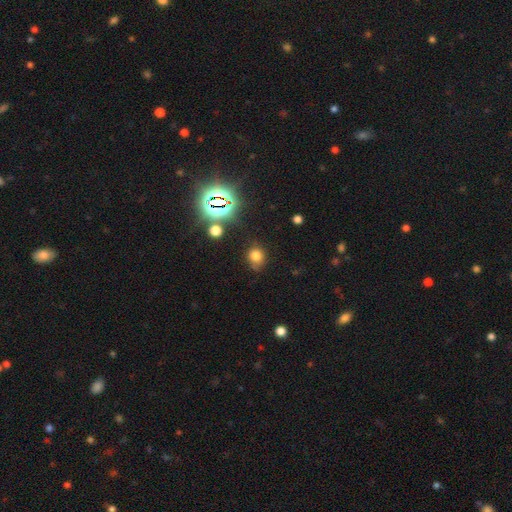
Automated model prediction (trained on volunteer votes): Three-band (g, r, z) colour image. It shows a smooth galaxy with no disk features (71%) that is round (71%). Merging: none (70%).